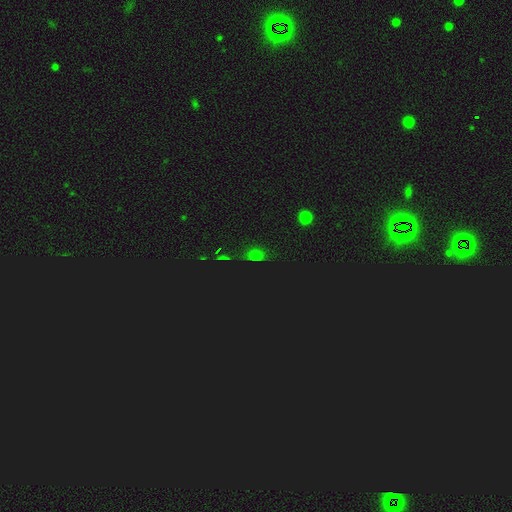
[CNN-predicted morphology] This is possibly a star or artifact rather than a galaxy (48%).